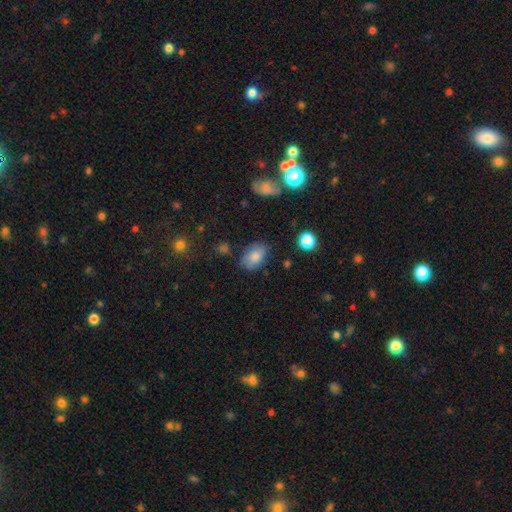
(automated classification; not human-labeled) Smooth or featured? Predicted: smooth (p=0.81). How rounded? Predicted: in between (p=0.87). Merging? Predicted: none (p=0.75).